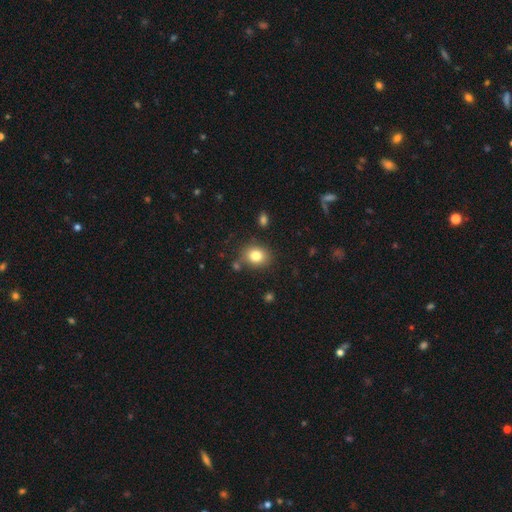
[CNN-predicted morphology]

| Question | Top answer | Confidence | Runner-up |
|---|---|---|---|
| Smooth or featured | smooth | 81% | star or artifact (11%) |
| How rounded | round | 59% | in between (40%) |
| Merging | none | 78% | minor disturbance (12%) |